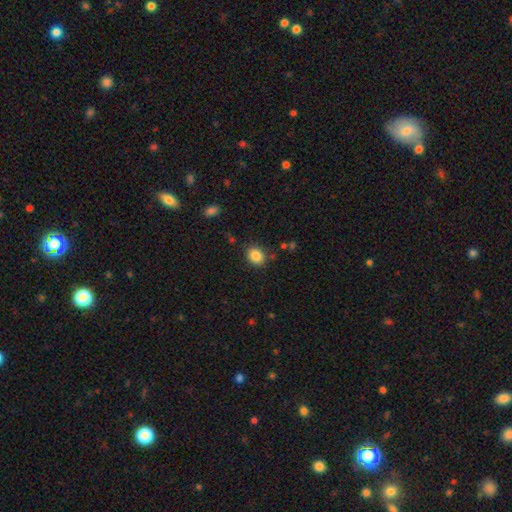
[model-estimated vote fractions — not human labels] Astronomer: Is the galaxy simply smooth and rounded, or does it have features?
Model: smooth — 86%.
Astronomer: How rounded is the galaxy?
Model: round — 52% (runner-up: in between, 47%).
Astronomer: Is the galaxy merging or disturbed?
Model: none — 85%.